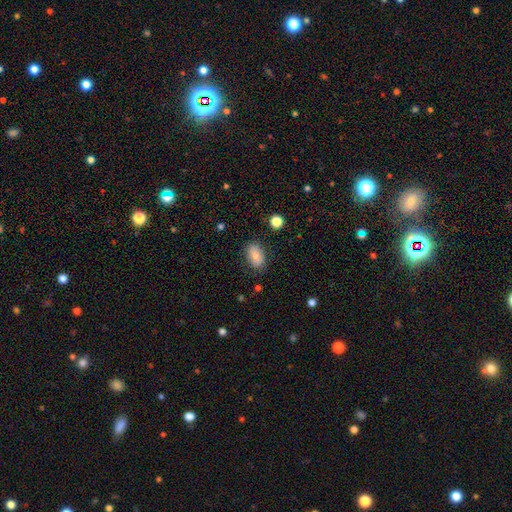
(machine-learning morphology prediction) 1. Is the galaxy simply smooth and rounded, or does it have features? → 79% smooth, 13% featured or disk, 8% star or artifact.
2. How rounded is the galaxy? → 88% in between, 11% round, 2% cigar-shaped.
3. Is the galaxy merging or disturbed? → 83% none, 13% minor disturbance, 3% major disturbance, 1% merger.